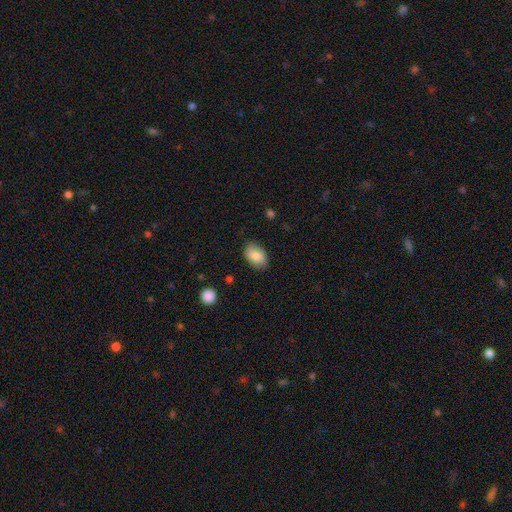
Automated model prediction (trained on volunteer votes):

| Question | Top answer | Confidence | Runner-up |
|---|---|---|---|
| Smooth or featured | smooth | 84% | featured or disk (9%) |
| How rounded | in between | 90% | round (9%) |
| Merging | none | 83% | minor disturbance (13%) |